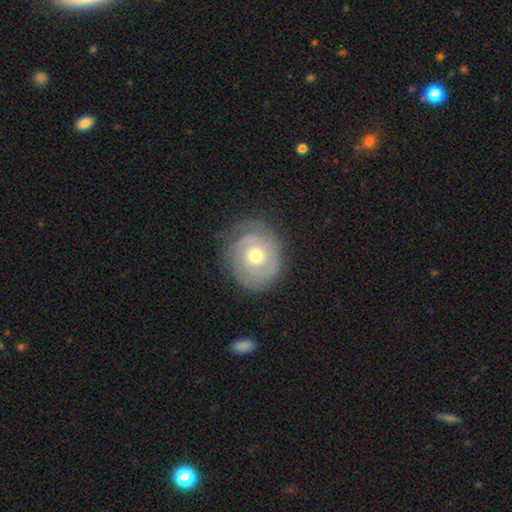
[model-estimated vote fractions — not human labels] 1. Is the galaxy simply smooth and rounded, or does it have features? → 70% featured or disk, 24% smooth, 6% star or artifact.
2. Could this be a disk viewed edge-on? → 97% no, 3% yes.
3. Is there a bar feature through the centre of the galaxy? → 80% no, 17% weak, 3% strong.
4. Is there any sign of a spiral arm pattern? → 83% yes, 17% no.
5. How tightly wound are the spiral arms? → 72% tight, 20% medium, 8% loose.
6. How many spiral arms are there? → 39% 2, 30% can't tell, 13% 1, 11% 3, 4% 4, 3% more than 4.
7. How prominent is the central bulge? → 71% moderate, 22% small, 5% large, 1% dominant, 1% none.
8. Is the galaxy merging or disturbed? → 75% none, 17% minor disturbance, 6% major disturbance, 1% merger.